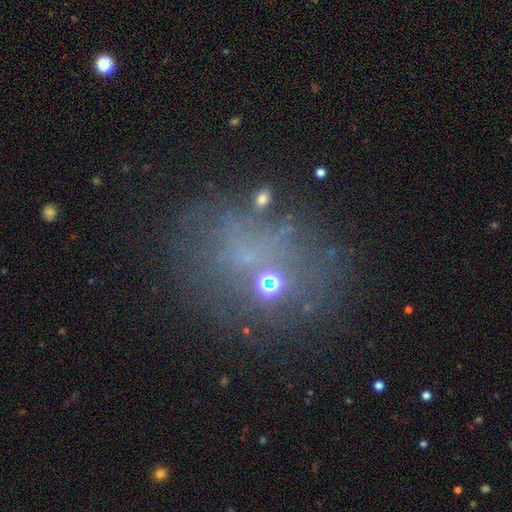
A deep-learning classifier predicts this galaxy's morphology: A smooth galaxy with no disk features (38%). Merging: none (60%).